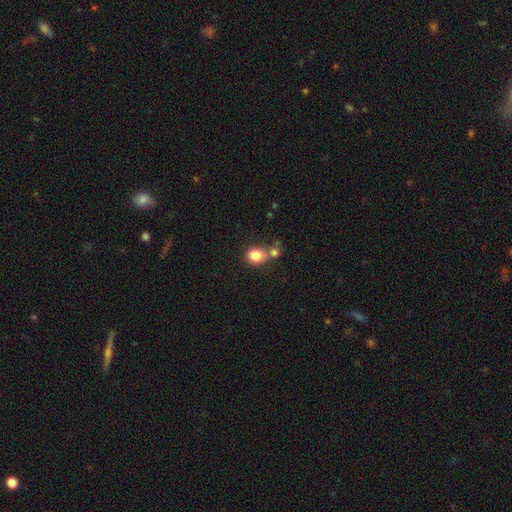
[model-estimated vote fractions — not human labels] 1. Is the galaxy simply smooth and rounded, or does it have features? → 82% smooth, 10% star or artifact, 8% featured or disk.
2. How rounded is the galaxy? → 68% round, 31% in between, 1% cigar-shaped.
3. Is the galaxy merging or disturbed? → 52% none, 32% merger, 11% minor disturbance, 4% major disturbance.